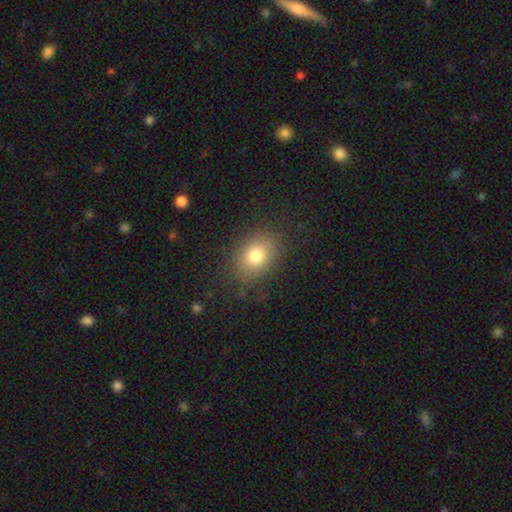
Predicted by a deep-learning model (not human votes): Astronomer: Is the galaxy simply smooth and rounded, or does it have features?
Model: smooth — 78%.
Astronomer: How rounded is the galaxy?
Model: in between — 60% (runner-up: round, 38%).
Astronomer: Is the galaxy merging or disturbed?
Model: none — 84%.